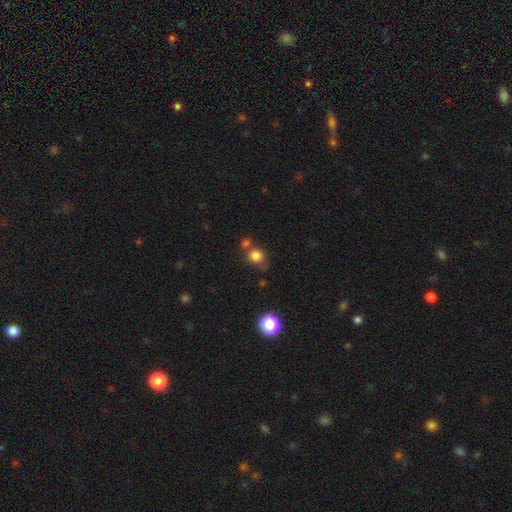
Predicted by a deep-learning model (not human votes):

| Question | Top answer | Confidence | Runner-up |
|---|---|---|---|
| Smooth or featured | smooth | 81% | star or artifact (12%) |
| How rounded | round | 81% | in between (18%) |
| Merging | none | 57% | merger (20%) |